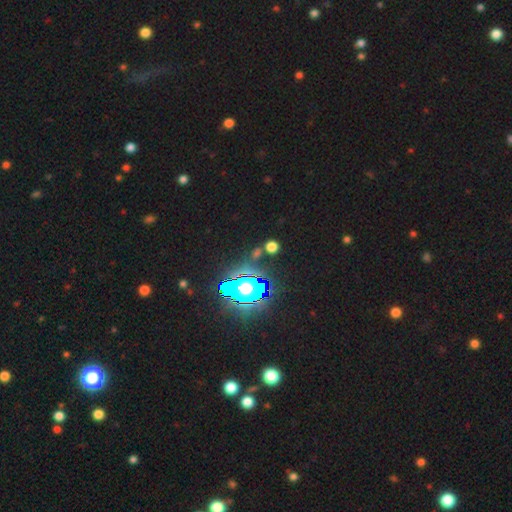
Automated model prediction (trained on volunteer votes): Smooth or featured? star or artifact (70%)